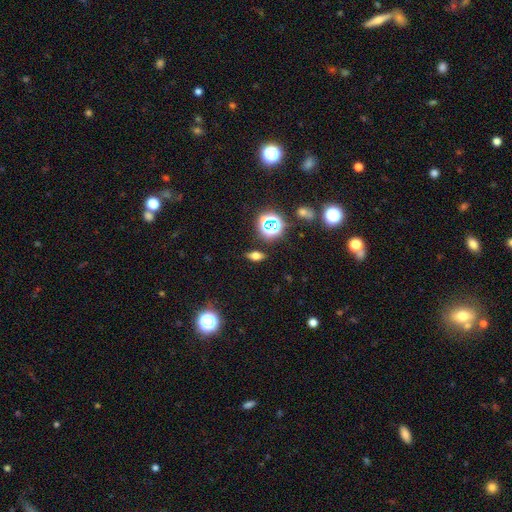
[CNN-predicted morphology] smooth_or_featured: smooth (p=0.55) [alt: star or artifact p=0.24]
how_rounded: in between (p=0.70) [alt: round p=0.15]
merging: none (p=0.85) [alt: minor disturbance p=0.09]